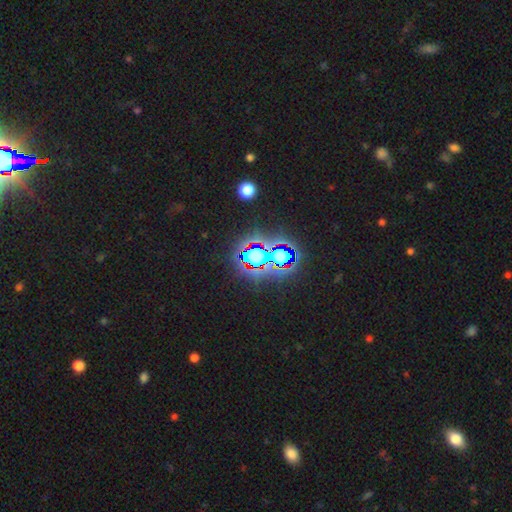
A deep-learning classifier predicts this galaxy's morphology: type=star or artifact (74%).